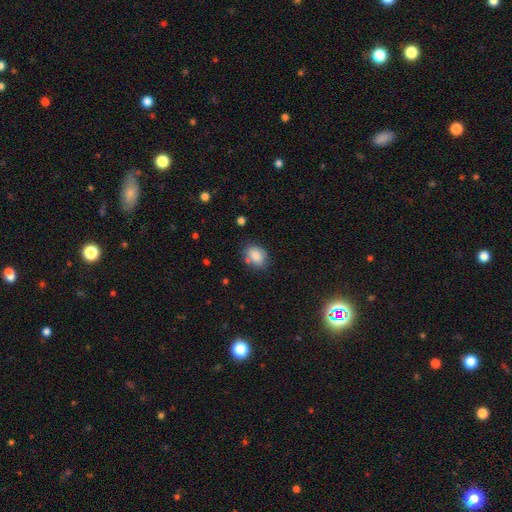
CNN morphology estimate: A smooth galaxy with no disk features (86%) that is in between round and cigar-shaped (70%). Merging: none (72%).